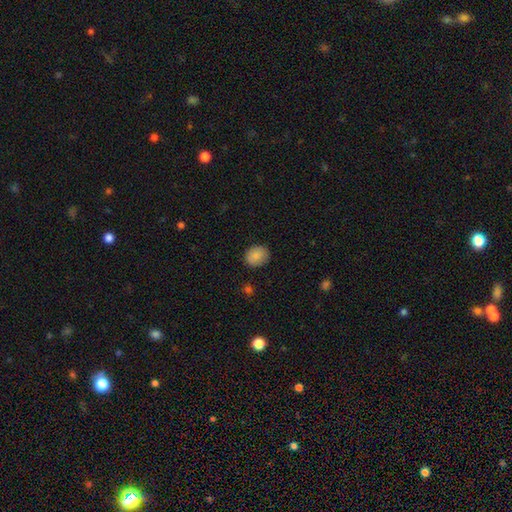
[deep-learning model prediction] This appears to be a smooth galaxy with no disk features (85%) that is round (62%). Merging: none (85%).